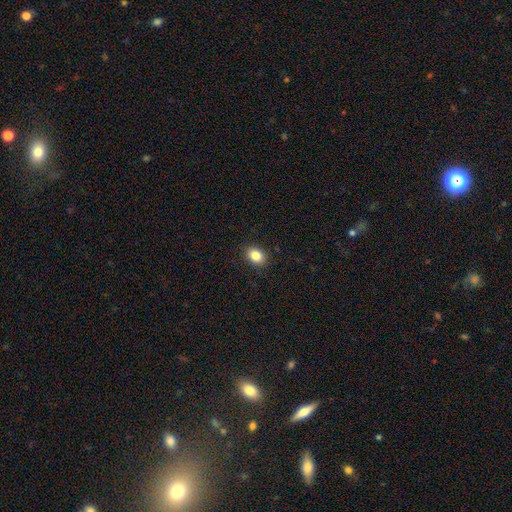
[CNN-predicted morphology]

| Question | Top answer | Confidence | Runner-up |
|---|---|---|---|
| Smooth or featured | smooth | 85% | star or artifact (9%) |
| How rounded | in between | 68% | round (31%) |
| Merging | none | 89% | minor disturbance (8%) |